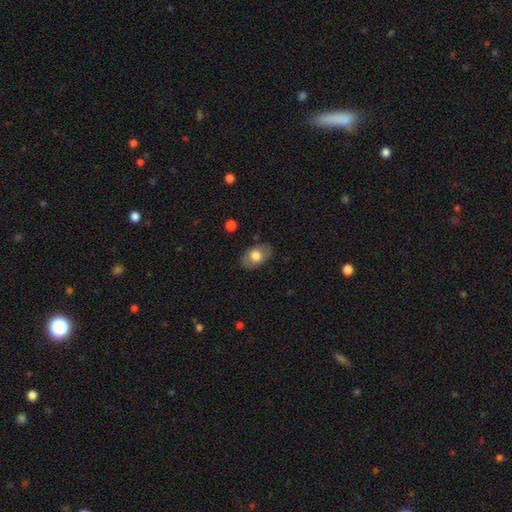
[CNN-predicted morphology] Overall: smooth (73%). How rounded: in between (88%). Merging: none (83%).